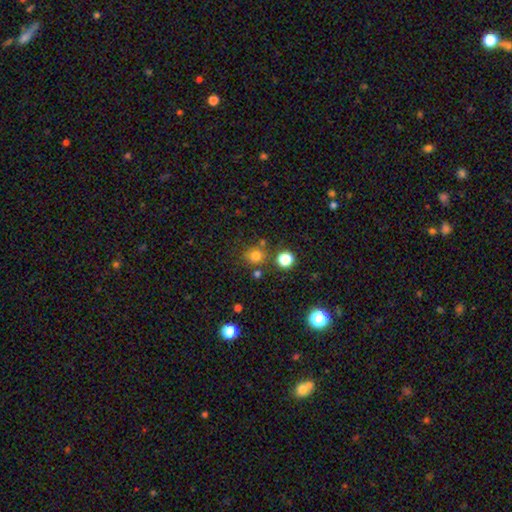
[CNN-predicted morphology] This is likely a smooth galaxy (77%). How rounded: clearly round (87%). Merging: likely none (73%).